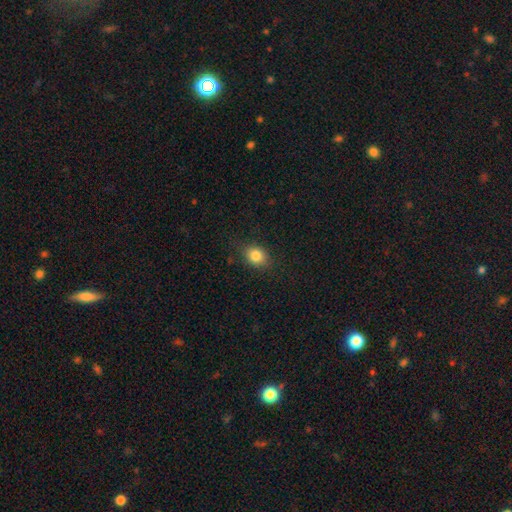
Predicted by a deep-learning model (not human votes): The model was most divided on "how rounded": round: 52%, in between: 47%, cigar-shaped: 1%. More confident: smooth or featured — smooth (83%); merging — none (82%).